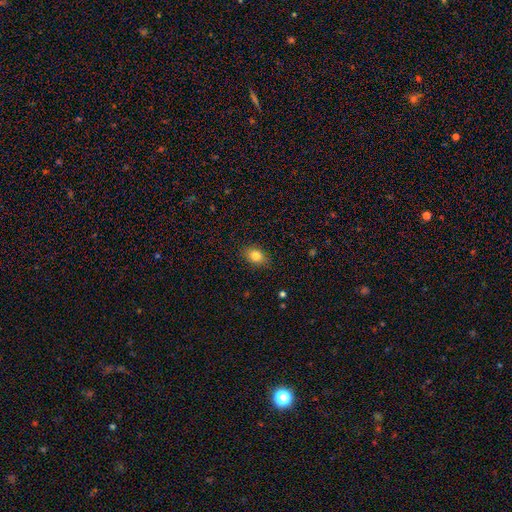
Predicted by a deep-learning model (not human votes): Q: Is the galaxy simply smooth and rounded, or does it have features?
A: smooth — 82%.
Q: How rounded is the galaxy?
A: in between — 68%.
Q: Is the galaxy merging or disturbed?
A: none — 87%.